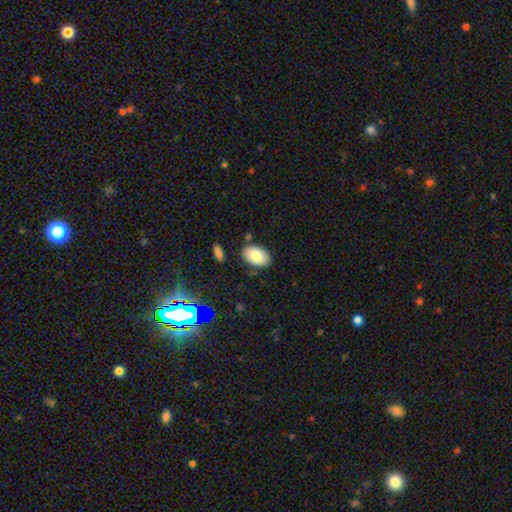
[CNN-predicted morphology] smooth 79%, featured or disk 13%, star or artifact 8%. Down the decision tree: how rounded — in between (93%); merging — none (80%).